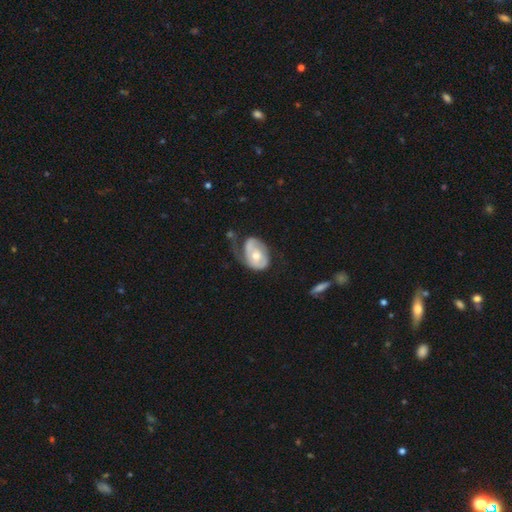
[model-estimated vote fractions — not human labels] This is likely a featured or disk galaxy (63%). It is clearly not viewed edge-on (96%). Bar: likely no (69%). Spiral arm pattern: likely yes (71%). Central bulge: likely moderate (65%). Merging: marginally major disturbance (36%).